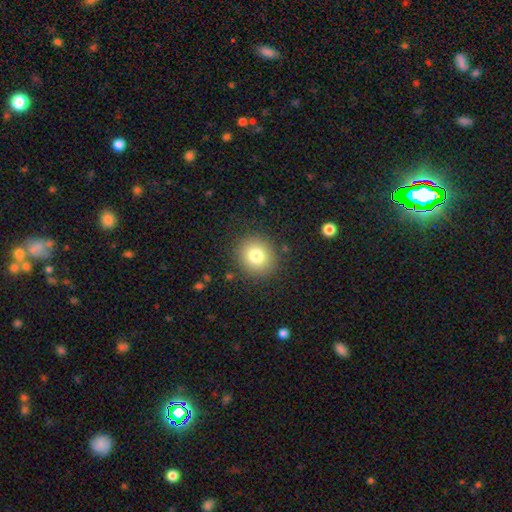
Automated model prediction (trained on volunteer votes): Smooth or featured? smooth (79%)
How rounded? round (85%)
Merging? none (88%)